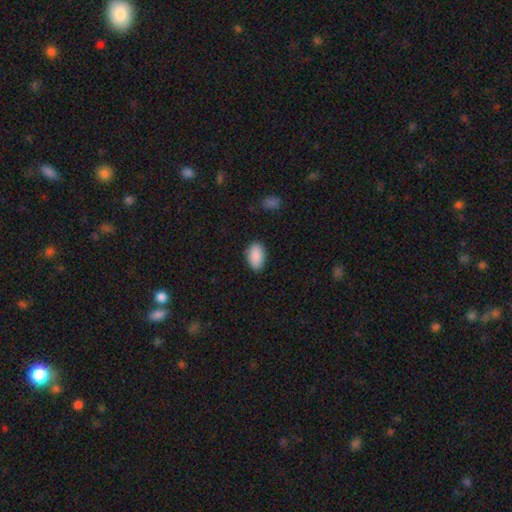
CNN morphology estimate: This appears to be a smooth galaxy with no disk features (90%) that is in between round and cigar-shaped (93%). Merging: none (86%).